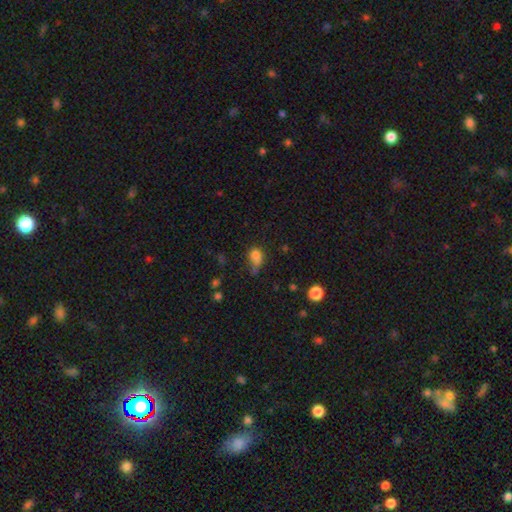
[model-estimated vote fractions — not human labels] smooth_or_featured: smooth (p=0.77) [alt: star or artifact p=0.13]
how_rounded: in between (p=0.59) [alt: round p=0.39]
merging: none (p=0.33) [alt: minor disturbance p=0.31]